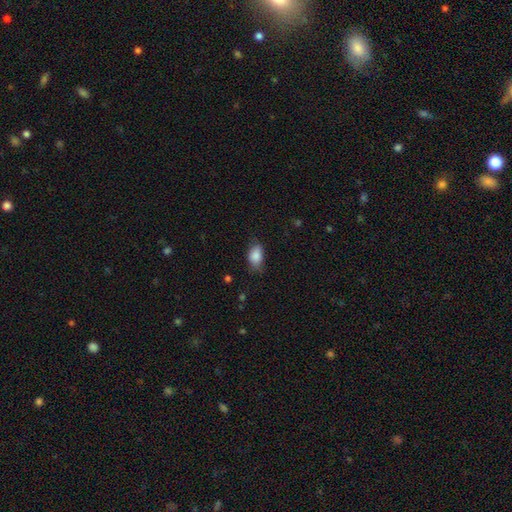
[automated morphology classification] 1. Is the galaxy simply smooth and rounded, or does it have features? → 86% smooth, 7% star or artifact, 6% featured or disk.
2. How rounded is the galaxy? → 87% in between, 11% round, 2% cigar-shaped.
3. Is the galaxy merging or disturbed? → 65% none, 27% minor disturbance, 7% major disturbance, 1% merger.